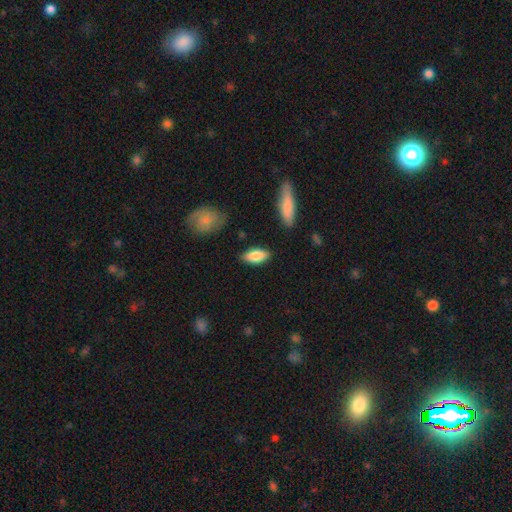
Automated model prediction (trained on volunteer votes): smooth_or_featured: smooth (p=0.82) [alt: featured or disk p=0.12]
how_rounded: in between (p=0.83) [alt: cigar-shaped p=0.14]
merging: none (p=0.83) [alt: minor disturbance p=0.12]